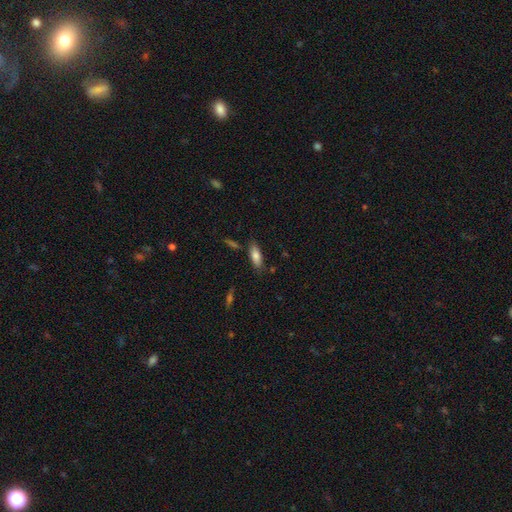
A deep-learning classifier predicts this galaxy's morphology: smooth 79%, featured or disk 13%, star or artifact 7%. Down the decision tree: how rounded — in between (77%); merging — none (79%).